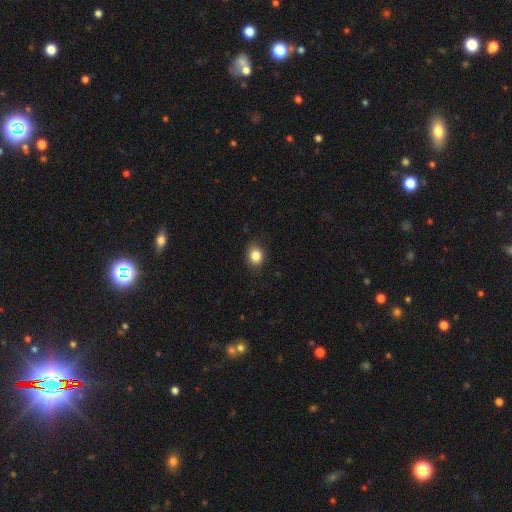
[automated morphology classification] Smooth or featured? smooth (85%)
How rounded? round (52%)
Merging? none (84%)